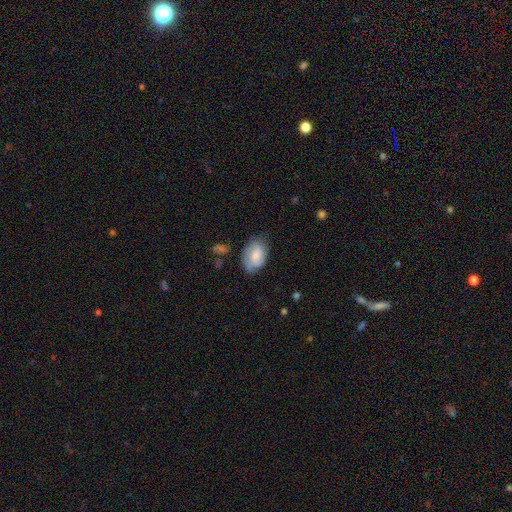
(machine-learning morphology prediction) Smooth or featured?
  - smooth: 66% *
  - featured or disk: 27%
  - star or artifact: 7%
How rounded?
  - in between: 89% *
  - round: 10%
  - cigar-shaped: 1%
Merging?
  - none: 60% *
  - minor disturbance: 29%
  - major disturbance: 9%
  - merger: 3%